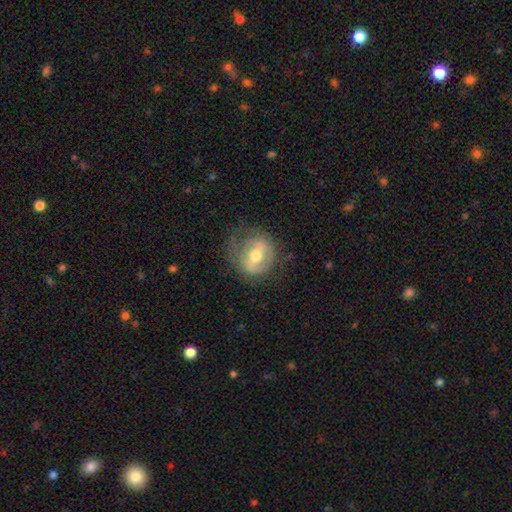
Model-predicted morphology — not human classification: Smooth or featured?
  - featured or disk: 58% *
  - smooth: 35%
  - star or artifact: 7%
Edge-on disk?
  - no: 94% *
  - yes: 6%
Bar?
  - weak: 39% * (tied)
  - strong: 39% * (tied)
  - no: 22%
Spiral arms?
  - no: 59% *
  - yes: 41%
Bulge size?
  - moderate: 74% *
  - small: 16%
  - large: 7%
  - none: 1%
  - dominant: 1%
Merging?
  - none: 59% *
  - minor disturbance: 23%
  - major disturbance: 16%
  - merger: 1%